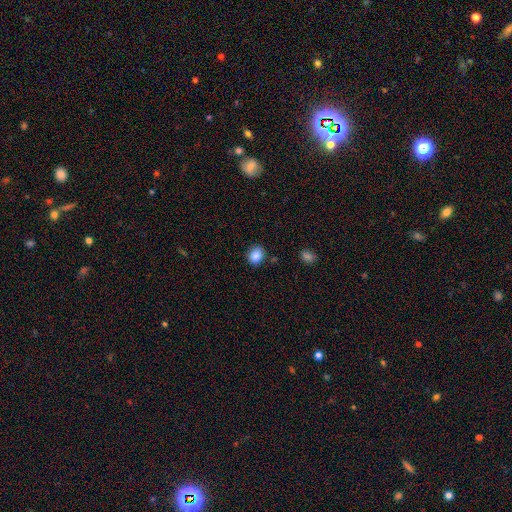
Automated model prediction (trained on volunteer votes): smooth-or-featured: smooth: 86% | star or artifact: 9% | featured or disk: 5%
  how-rounded: round: 57% | in between: 42% | cigar-shaped: 1%
  merging: none: 85% | minor disturbance: 10% | merger: 3% | major disturbance: 2%